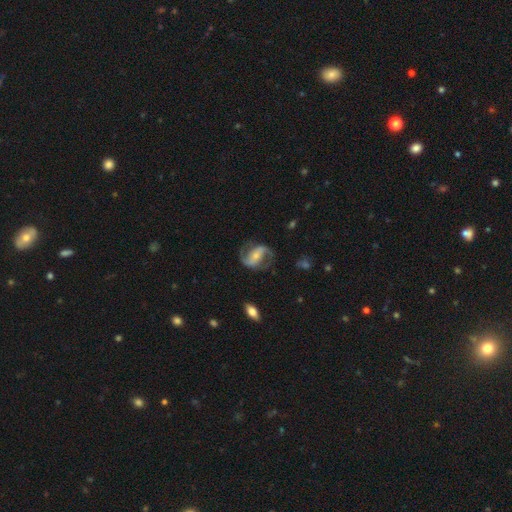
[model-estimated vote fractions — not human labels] smooth_or_featured: featured or disk (p=0.85) [alt: smooth p=0.10]
disk_edge_on: no (p=0.97) [alt: yes p=0.03]
bar: strong (p=0.48) [alt: weak p=0.30]
has_spiral_arms: yes (p=0.95) [alt: no p=0.05]
spiral_winding: medium (p=0.49) [alt: loose p=0.34]
spiral_arm_count: 2 (p=0.92) [alt: can't tell p=0.03]
bulge_size: small (p=0.56) [alt: moderate p=0.34]
merging: none (p=0.74) [alt: minor disturbance p=0.14]